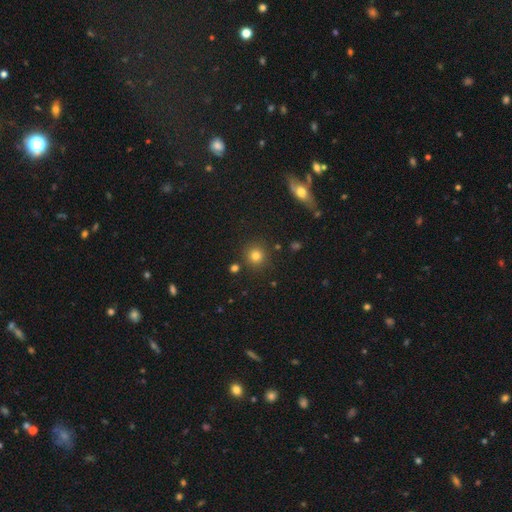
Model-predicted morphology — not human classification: Smooth or featured?
  - smooth: 80% *
  - star or artifact: 13%
  - featured or disk: 7%
How rounded?
  - round: 93% *
  - in between: 6%
  - cigar-shaped: 1%
Merging?
  - none: 86% *
  - minor disturbance: 7%
  - merger: 4%
  - major disturbance: 3%